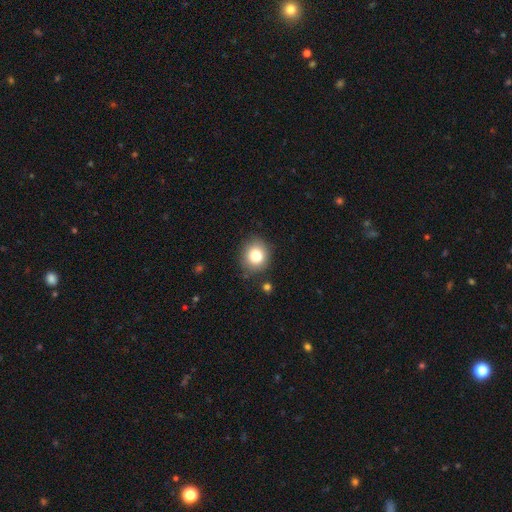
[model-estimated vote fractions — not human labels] smooth_or_featured: smooth (p=0.81) [alt: star or artifact p=0.11]
how_rounded: round (p=0.78) [alt: in between p=0.21]
merging: none (p=0.84) [alt: minor disturbance p=0.11]